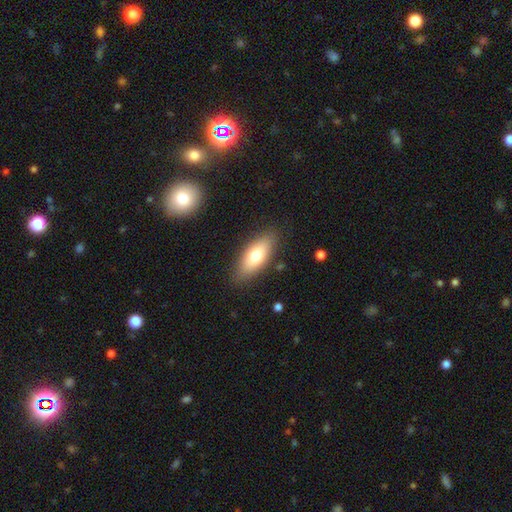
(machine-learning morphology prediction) smooth-or-featured: smooth: 72% | featured or disk: 21% | star or artifact: 7%
  how-rounded: in between: 80% | cigar-shaped: 17% | round: 3%
  merging: none: 85% | minor disturbance: 11% | major disturbance: 3% | merger: 2%